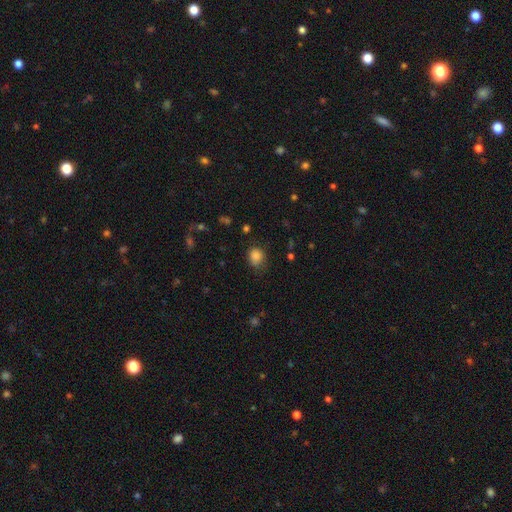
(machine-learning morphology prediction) This appears to be a smooth galaxy with no disk features (83%) that is round (66%). Merging: none (70%).